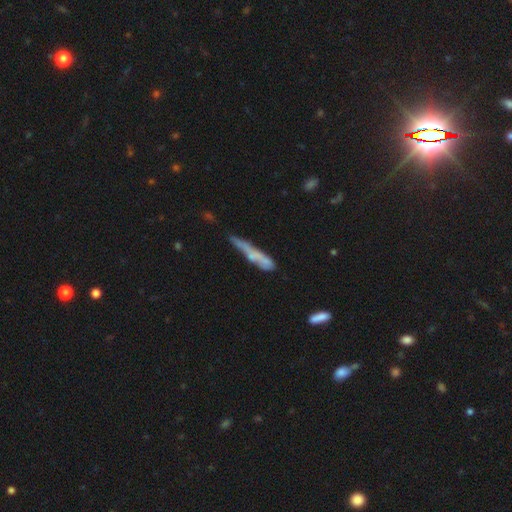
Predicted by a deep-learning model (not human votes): smooth-or-featured: smooth: 50% | featured or disk: 40% | star or artifact: 9%
  how-rounded: cigar-shaped: 89% | in between: 9% | round: 2%
  merging: none: 43% | minor disturbance: 29% | major disturbance: 15% | merger: 13%